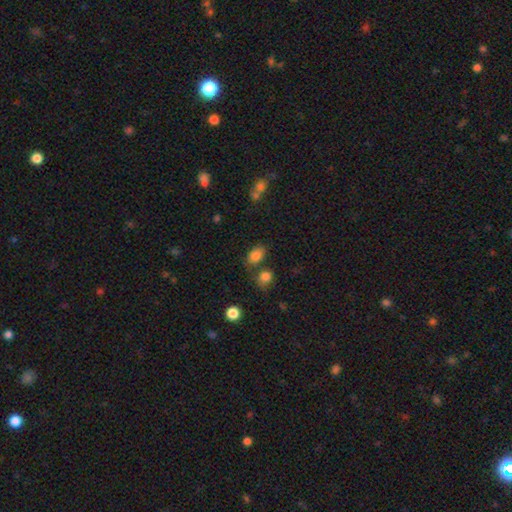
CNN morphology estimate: Q: Smooth or featured?
A: smooth (83%); runner-up: star or artifact (11%)
Q: How rounded?
A: in between (82%); runner-up: round (16%)
Q: Merging?
A: none (68%); runner-up: merger (14%)